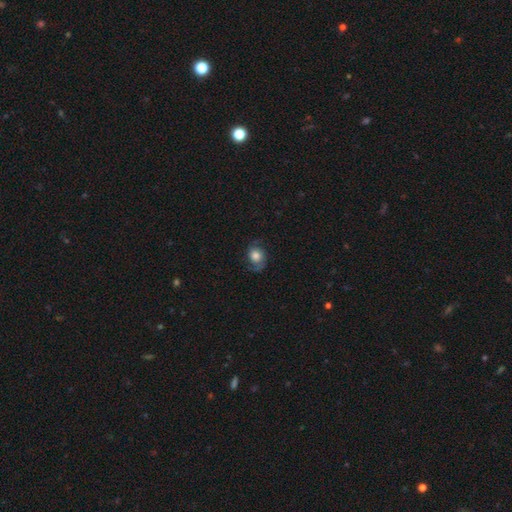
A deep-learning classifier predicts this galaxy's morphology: This appears to be a featured or disk galaxy (47%). Merging: none (65%).